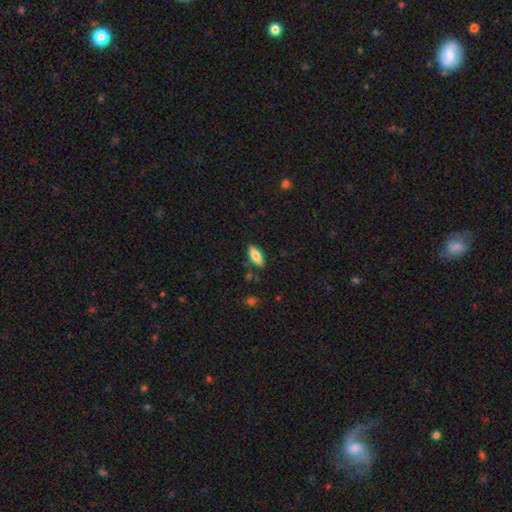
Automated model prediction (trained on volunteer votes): The model was most divided on "smooth or featured": smooth: 73%, featured or disk: 21%, star or artifact: 7%. More confident: merging — none (84%); how rounded — in between (79%).